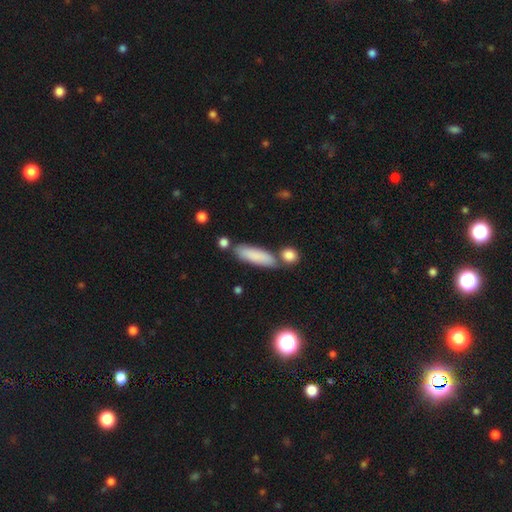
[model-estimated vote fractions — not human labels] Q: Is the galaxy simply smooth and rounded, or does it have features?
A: smooth — 83%.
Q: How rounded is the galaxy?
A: cigar-shaped — 55%.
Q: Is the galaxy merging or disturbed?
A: none — 69%.